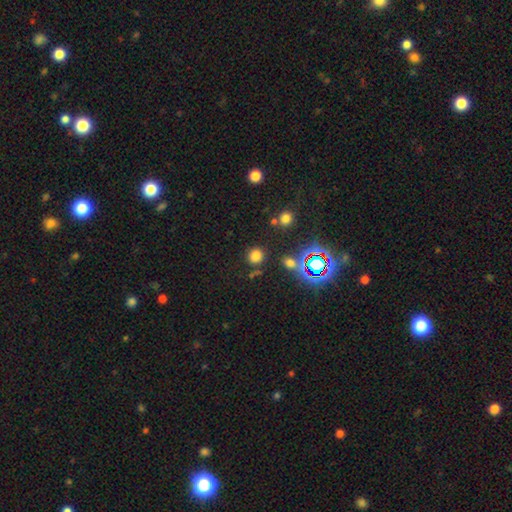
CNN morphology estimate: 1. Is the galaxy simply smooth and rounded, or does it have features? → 70% smooth, 24% star or artifact, 6% featured or disk.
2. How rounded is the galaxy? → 80% round, 18% in between, 1% cigar-shaped.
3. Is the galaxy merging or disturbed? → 81% none, 10% minor disturbance, 5% merger, 4% major disturbance.